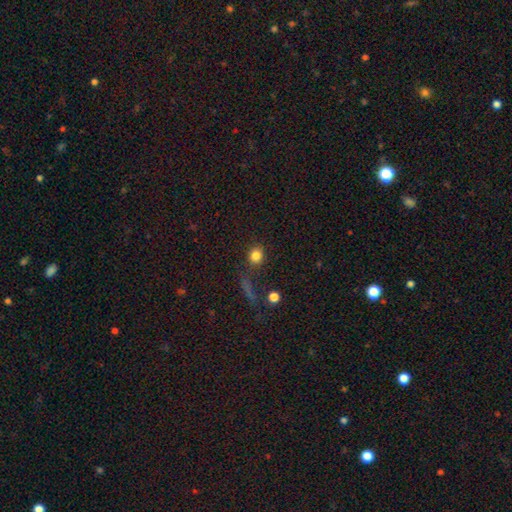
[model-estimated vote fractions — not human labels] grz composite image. It shows a smooth galaxy with no disk features (82%) that is round (75%). Merging: none (78%).